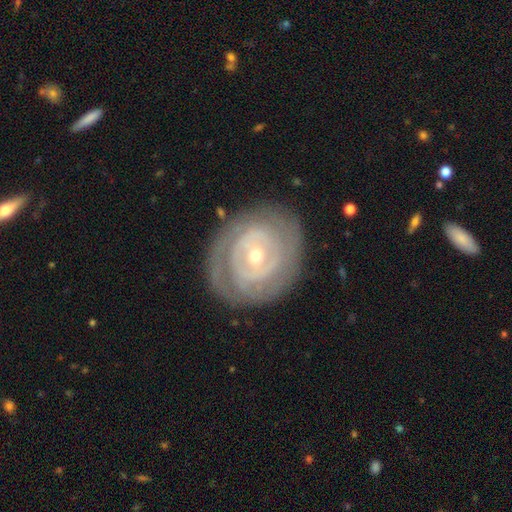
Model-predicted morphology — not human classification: This is clearly a featured or disk galaxy (80%). It is clearly not viewed edge-on (96%). Bar: possibly no (58%). Spiral arm pattern: likely yes (76%). Spiral arm count: marginally can't tell (41%). Spiral winding: likely tight (77%). Central bulge: possibly small (59%). Merging: likely none (80%).